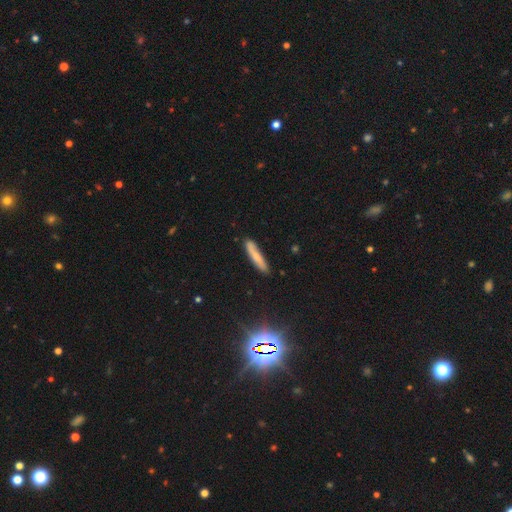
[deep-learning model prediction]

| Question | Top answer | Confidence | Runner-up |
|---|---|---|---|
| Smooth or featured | smooth | 67% | featured or disk (25%) |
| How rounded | cigar-shaped | 89% | in between (9%) |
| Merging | none | 81% | minor disturbance (14%) |